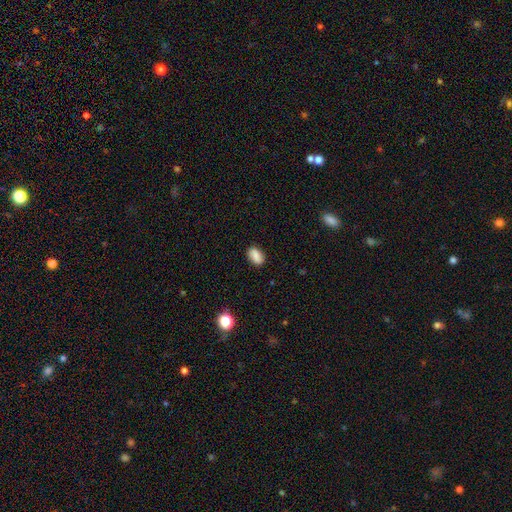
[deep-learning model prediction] The model was most divided on "merging": none: 84%, minor disturbance: 12%, major disturbance: 3%, merger: 2%. More confident: how rounded — in between (86%); smooth or featured — smooth (83%).